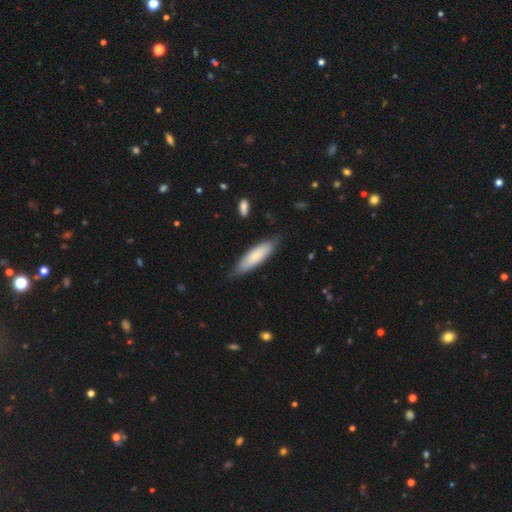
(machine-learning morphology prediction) smooth_or_featured: smooth (p=0.79) [alt: featured or disk p=0.15]
how_rounded: cigar-shaped (p=0.60) [alt: in between p=0.39]
merging: none (p=0.79) [alt: minor disturbance p=0.17]